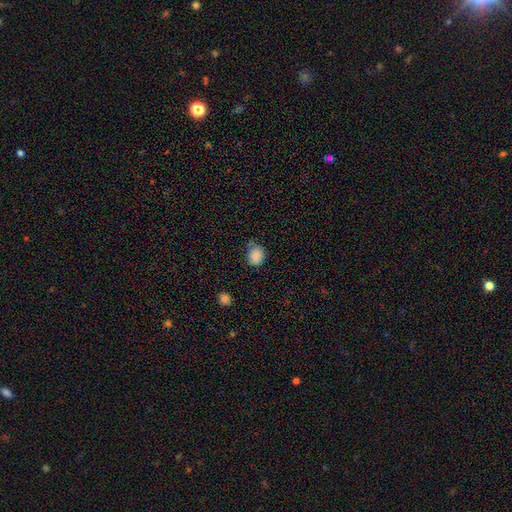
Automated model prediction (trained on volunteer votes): This appears to be a smooth galaxy with no disk features (87%) that is round (62%). Merging: none (64%).